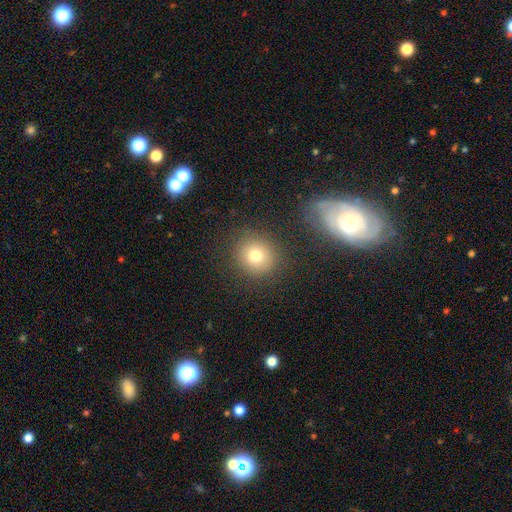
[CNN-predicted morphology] Smooth or featured? Predicted: smooth (p=0.75). How rounded? Predicted: round (p=0.87). Merging? Predicted: none (p=0.85).